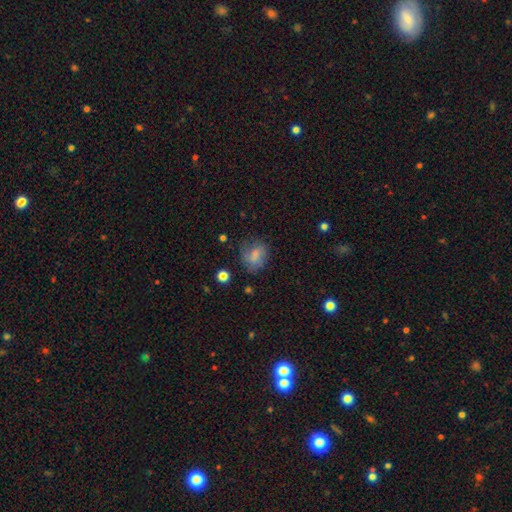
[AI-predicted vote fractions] Smooth or featured? smooth (66%)
How rounded? in between (50%)
Merging? none (51%)